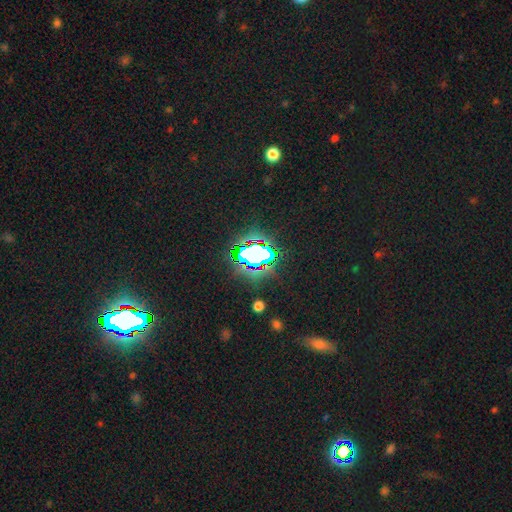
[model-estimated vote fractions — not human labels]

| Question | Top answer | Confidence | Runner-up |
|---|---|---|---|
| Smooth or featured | star or artifact | 63% | smooth (25%) |